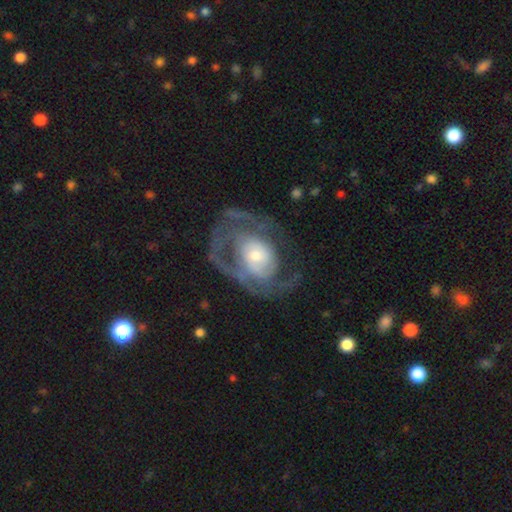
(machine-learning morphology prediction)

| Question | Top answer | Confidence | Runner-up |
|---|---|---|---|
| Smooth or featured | featured or disk | 79% | smooth (16%) |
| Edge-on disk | no | 97% | yes (3%) |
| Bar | no | 72% | weak (22%) |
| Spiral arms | yes | 77% | no (23%) |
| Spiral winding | medium | 40% | tight (39%) |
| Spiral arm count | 2 | 40% | can't tell (29%) |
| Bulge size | moderate | 45% | small (40%) |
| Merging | none | 48% | major disturbance (32%) |